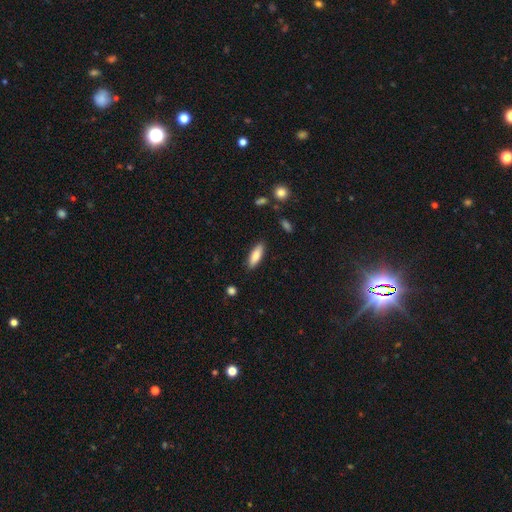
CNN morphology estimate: Smooth or featured?
  - smooth: 81% *
  - featured or disk: 13%
  - star or artifact: 6%
How rounded?
  - in between: 55% *
  - cigar-shaped: 44%
  - round: 2%
Merging?
  - none: 87% *
  - minor disturbance: 9%
  - major disturbance: 2%
  - merger: 1%